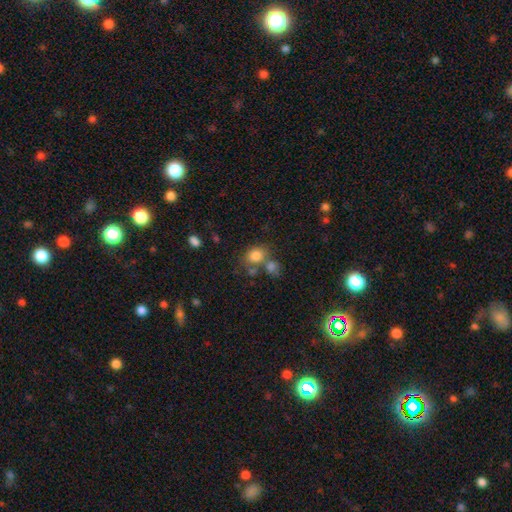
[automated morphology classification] type=smooth (80%); roundness=round (54%); merging=none (50%).